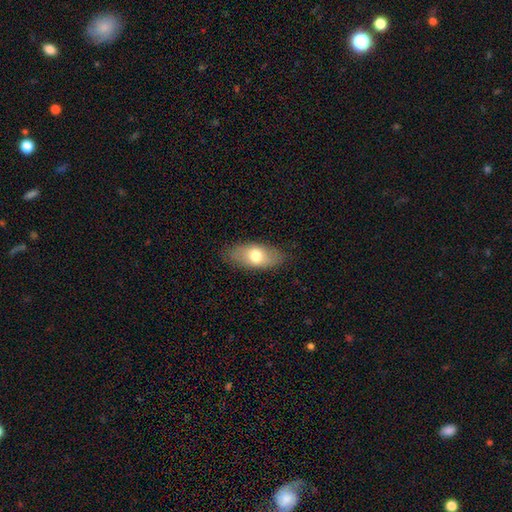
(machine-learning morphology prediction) The model was most divided on "smooth or featured": smooth: 69%, featured or disk: 25%, star or artifact: 6%. More confident: how rounded — in between (89%); merging — none (84%).